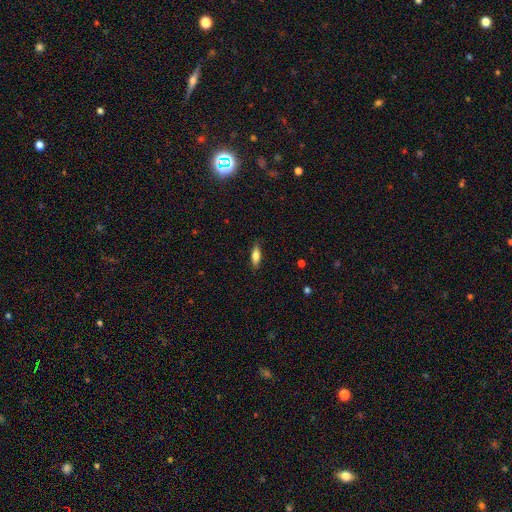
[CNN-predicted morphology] smooth-or-featured: smooth: 76% | featured or disk: 17% | star or artifact: 7%
  how-rounded: in between: 60% | cigar-shaped: 38% | round: 2%
  merging: none: 84% | minor disturbance: 12% | major disturbance: 3% | merger: 1%